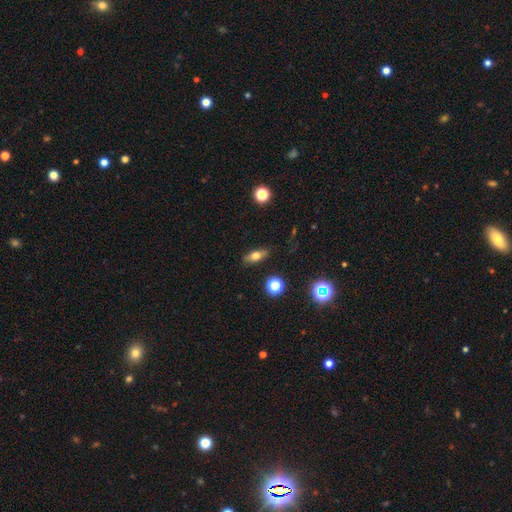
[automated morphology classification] Smooth or featured? Predicted: smooth (p=0.64). How rounded? Predicted: in between (p=0.68). Merging? Predicted: none (p=0.85).